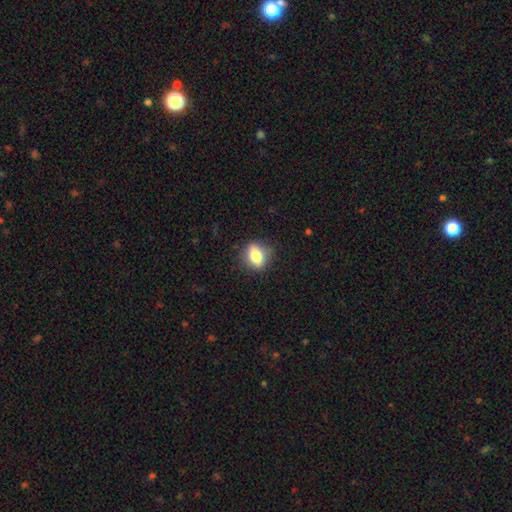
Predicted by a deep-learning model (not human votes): Smooth or featured: smooth — 71% (featured or disk — 20%)
How rounded: in between — 56% (round — 40%)
Merging: none — 84% (minor disturbance — 12%)